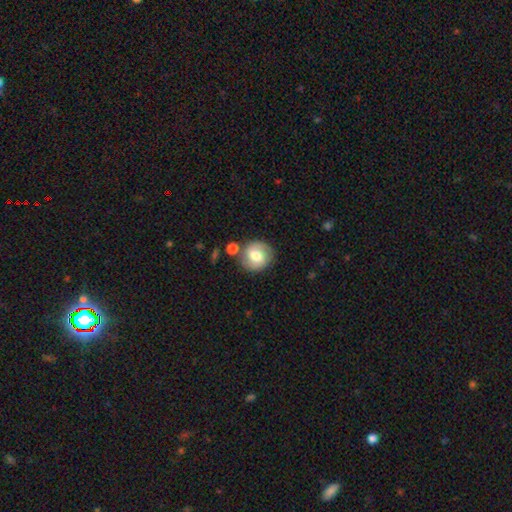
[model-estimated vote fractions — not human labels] Smooth or featured?
  - smooth: 63% *
  - featured or disk: 29%
  - star or artifact: 7%
How rounded?
  - round: 83% *
  - in between: 16%
  - cigar-shaped: 1%
Merging?
  - none: 74% *
  - minor disturbance: 13%
  - merger: 9%
  - major disturbance: 4%